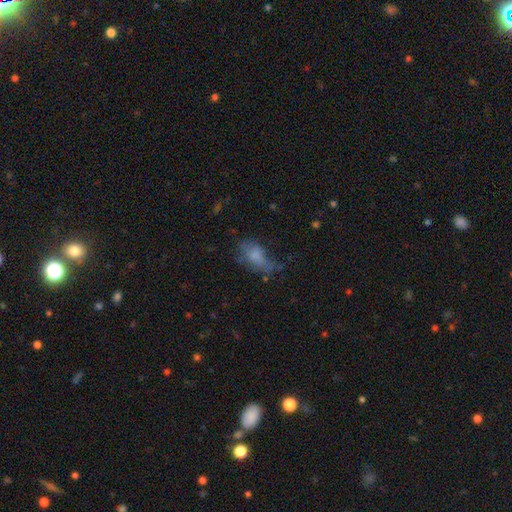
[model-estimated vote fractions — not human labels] Q: Smooth or featured?
A: smooth (66%); runner-up: featured or disk (23%)
Q: How rounded?
A: in between (87%); runner-up: cigar-shaped (7%)
Q: Merging?
A: major disturbance (34%); runner-up: minor disturbance (31%)